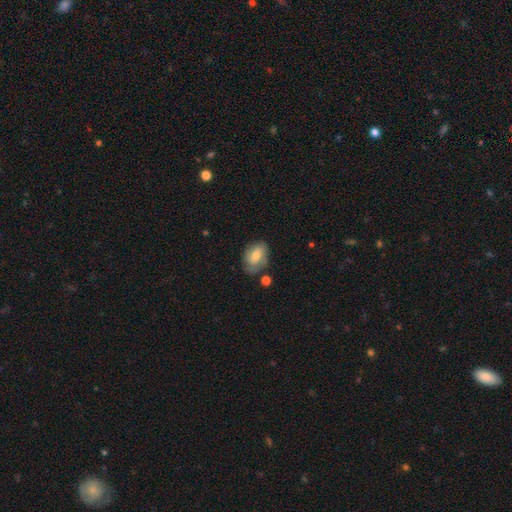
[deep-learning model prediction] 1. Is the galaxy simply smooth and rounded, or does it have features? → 66% smooth, 27% featured or disk, 8% star or artifact.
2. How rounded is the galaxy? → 83% in between, 15% round, 2% cigar-shaped.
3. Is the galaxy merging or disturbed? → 61% none, 26% minor disturbance, 8% major disturbance, 5% merger.